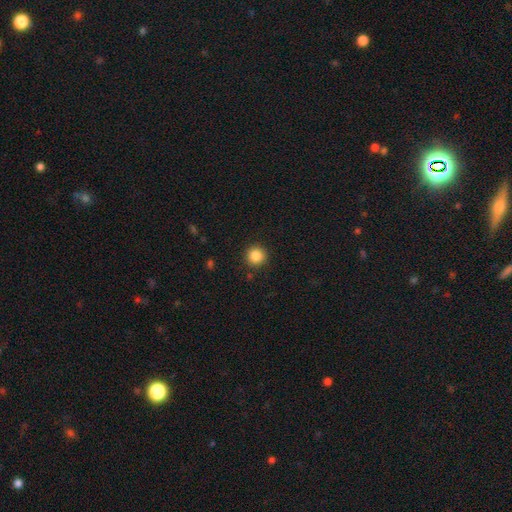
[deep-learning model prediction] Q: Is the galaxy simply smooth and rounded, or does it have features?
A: smooth — 86%.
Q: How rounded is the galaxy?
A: round — 95%.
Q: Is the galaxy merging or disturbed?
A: none — 91%.